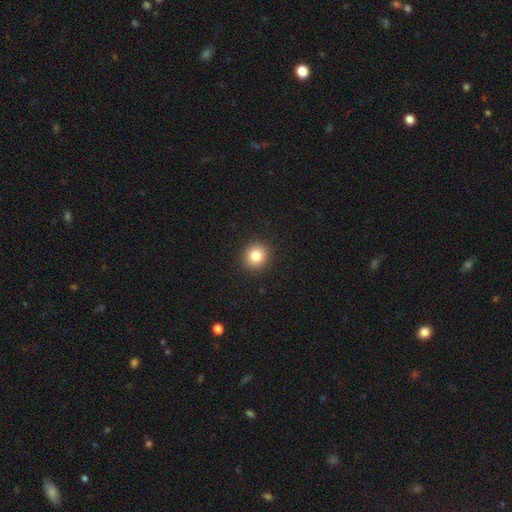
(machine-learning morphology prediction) This is clearly a smooth galaxy (83%). How rounded: clearly round (91%). Merging: clearly none (92%).